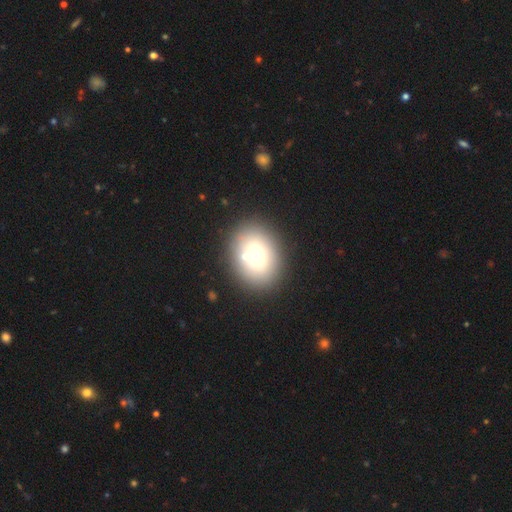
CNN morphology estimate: smooth 68%, featured or disk 22%, star or artifact 11%. Down the decision tree: how rounded — in between (56%); merging — none (77%).